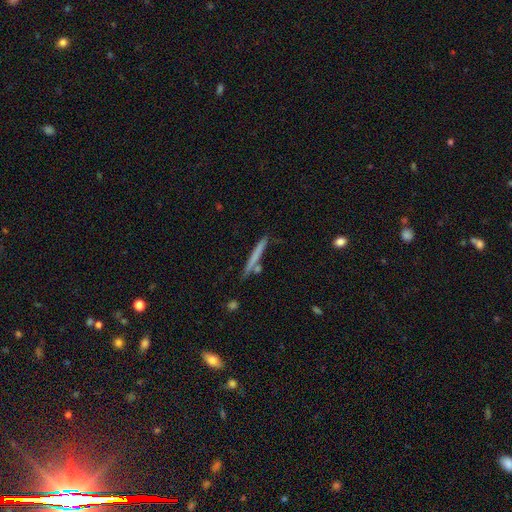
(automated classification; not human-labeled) Morphology: type=smooth (59%); roundness=cigar-shaped (96%); merging=none (82%).